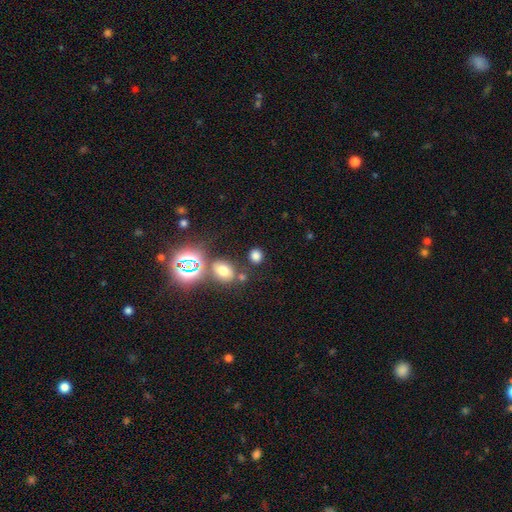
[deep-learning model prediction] Smooth or featured: smooth — 73% (star or artifact — 21%)
How rounded: round — 60% (in between — 39%)
Merging: none — 75% (minor disturbance — 11%)